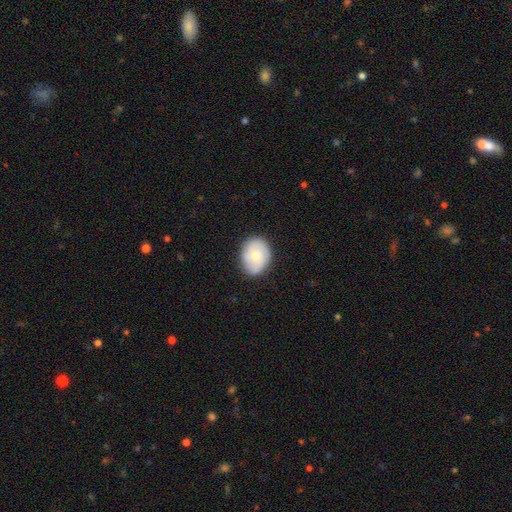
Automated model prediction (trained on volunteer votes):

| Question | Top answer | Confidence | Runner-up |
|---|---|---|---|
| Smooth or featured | smooth | 68% | featured or disk (25%) |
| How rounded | in between | 56% | round (43%) |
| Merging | none | 74% | minor disturbance (21%) |